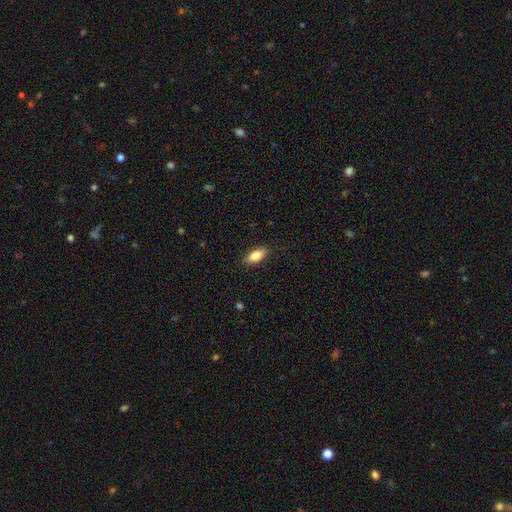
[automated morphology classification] smooth-or-featured: smooth: 80% | featured or disk: 13% | star or artifact: 7%
  how-rounded: in between: 81% | cigar-shaped: 16% | round: 3%
  merging: none: 86% | minor disturbance: 11% | major disturbance: 2% | merger: 1%